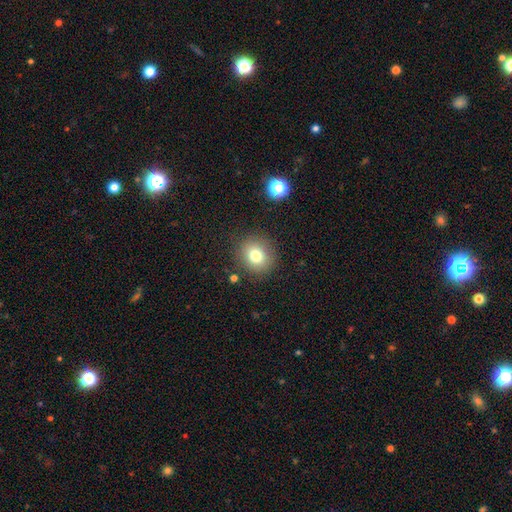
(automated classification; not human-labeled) This appears to be a smooth galaxy with no disk features (77%) that is round (86%). Merging: none (87%).